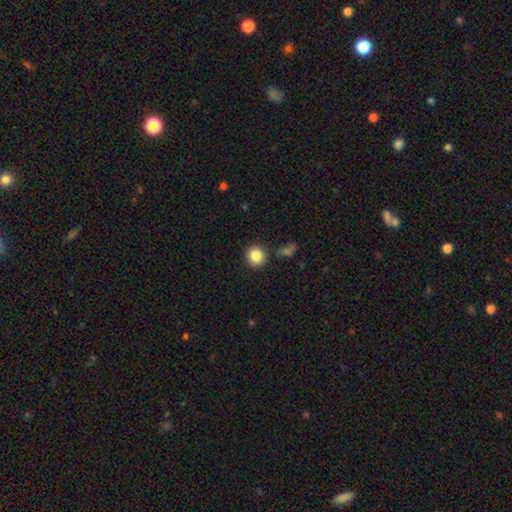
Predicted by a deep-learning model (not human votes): A smooth galaxy with no disk features (86%) that is round (90%). Merging: none (86%).